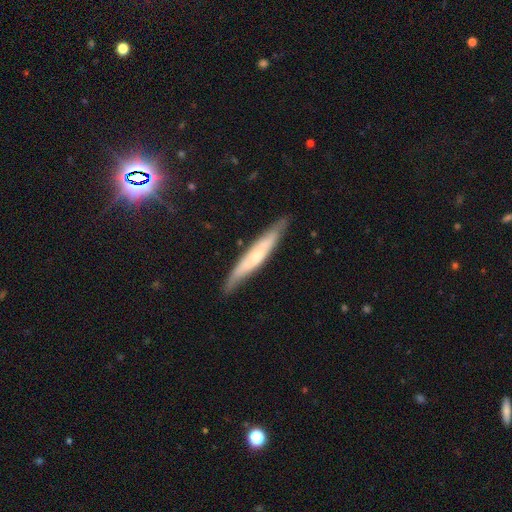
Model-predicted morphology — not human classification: A featured or disk galaxy (51%) viewed edge-on (78%).

Vote fractions:
- Smooth or featured? featured or disk: 51% / smooth: 43% / star or artifact: 6%
- Edge-on disk? yes: 78% / no: 22%
- Merging? none: 82% / minor disturbance: 14% / major disturbance: 3% / merger: 1%